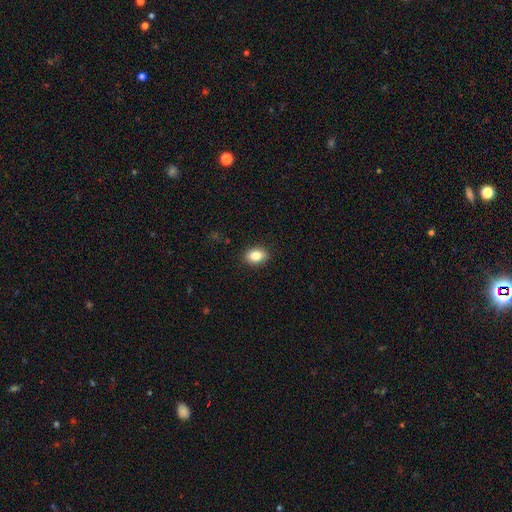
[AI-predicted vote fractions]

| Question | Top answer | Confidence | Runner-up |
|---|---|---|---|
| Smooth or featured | smooth | 84% | star or artifact (9%) |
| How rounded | in between | 76% | round (23%) |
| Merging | none | 89% | minor disturbance (8%) |